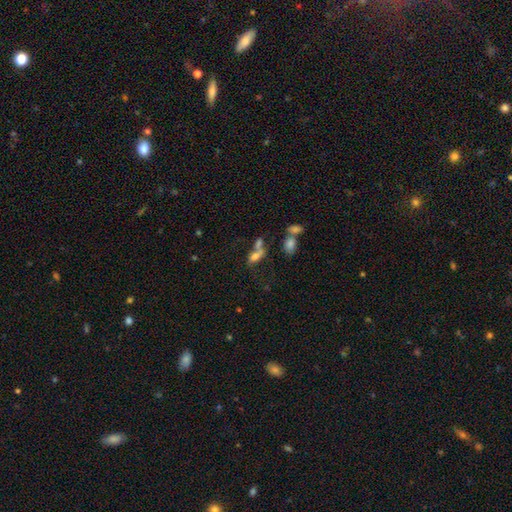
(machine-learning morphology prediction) A smooth galaxy with no disk features (61%) that is in between round and cigar-shaped (73%). Merging: merger (46%).